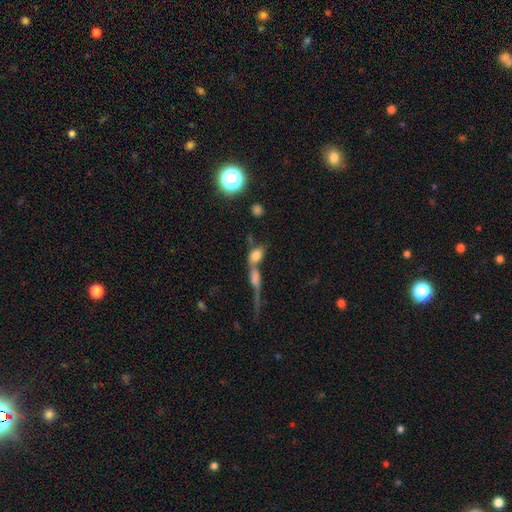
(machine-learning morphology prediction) Smooth or featured? Predicted: smooth (p=0.67). How rounded? Predicted: in between (p=0.71). Merging? Predicted: merger (p=0.68).